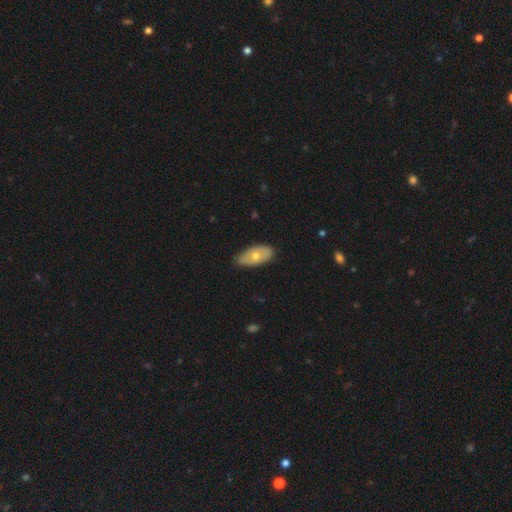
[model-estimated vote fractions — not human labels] smooth 57%, featured or disk 36%, star or artifact 6%. Down the decision tree: how rounded — in between (90%); merging — none (77%).